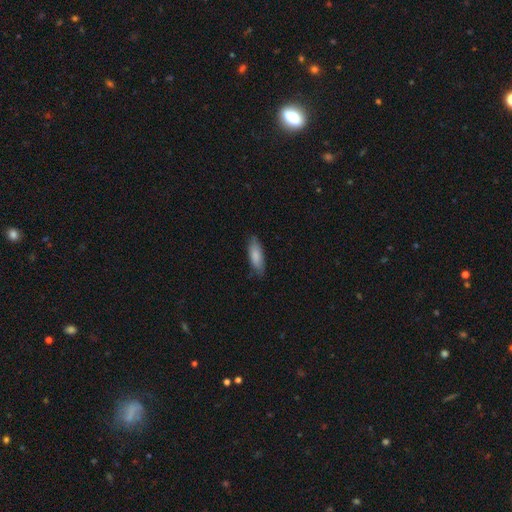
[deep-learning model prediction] A smooth galaxy with no disk features (84%) that is in between round and cigar-shaped (62%). Merging: none (79%).